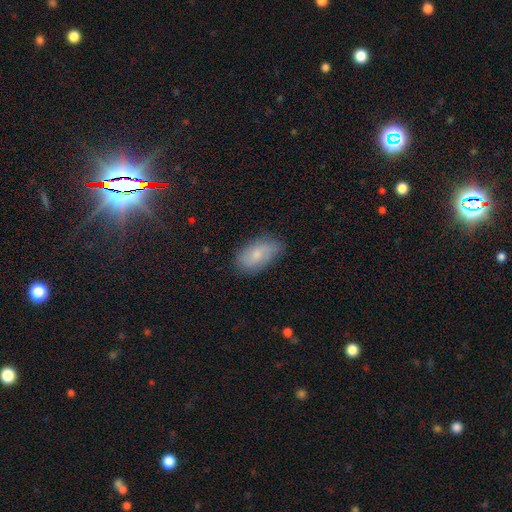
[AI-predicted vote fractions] Smooth or featured: smooth — 65% (featured or disk — 28%)
How rounded: in between — 92% (round — 4%)
Merging: none — 75% (minor disturbance — 20%)